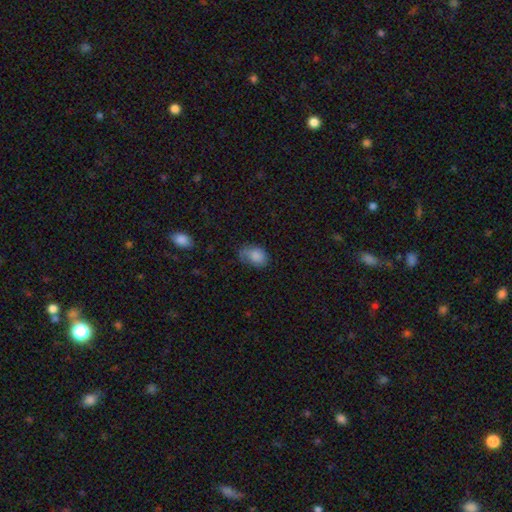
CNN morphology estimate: Smooth or featured? smooth (78%)
How rounded? in between (78%)
Merging? none (47%)